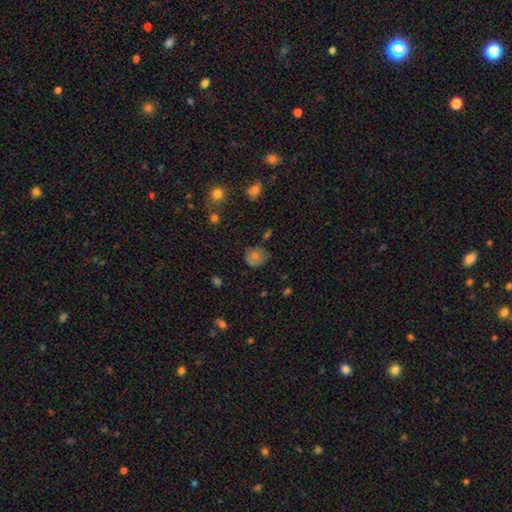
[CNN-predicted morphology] smooth_or_featured: smooth (p=0.58) [alt: featured or disk p=0.23]
how_rounded: round (p=0.80) [alt: in between p=0.19]
merging: none (p=0.70) [alt: minor disturbance p=0.21]